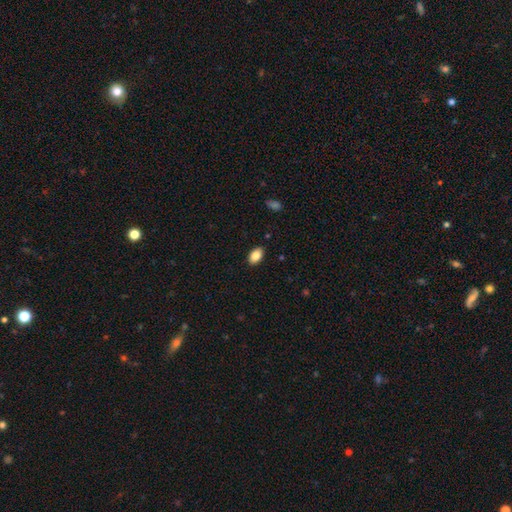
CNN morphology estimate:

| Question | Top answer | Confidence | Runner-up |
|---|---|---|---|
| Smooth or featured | smooth | 85% | featured or disk (8%) |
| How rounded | in between | 91% | round (8%) |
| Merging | none | 88% | minor disturbance (9%) |